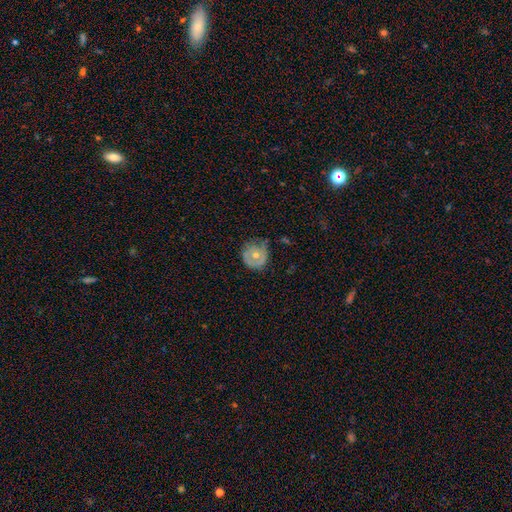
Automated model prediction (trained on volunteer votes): Smooth or featured? Predicted: smooth (p=0.54). How rounded? Predicted: round (p=0.89). Merging? Predicted: none (p=0.57).